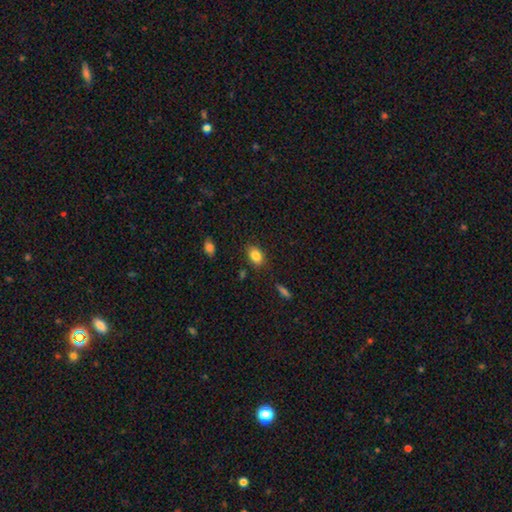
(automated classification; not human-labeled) smooth 84%, star or artifact 9%, featured or disk 7%. Down the decision tree: how rounded — in between (81%); merging — none (82%).